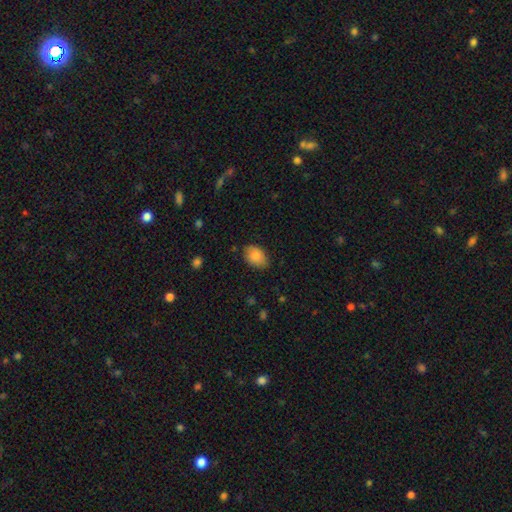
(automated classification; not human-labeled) Smooth or featured? smooth (87%)
How rounded? in between (84%)
Merging? none (80%)